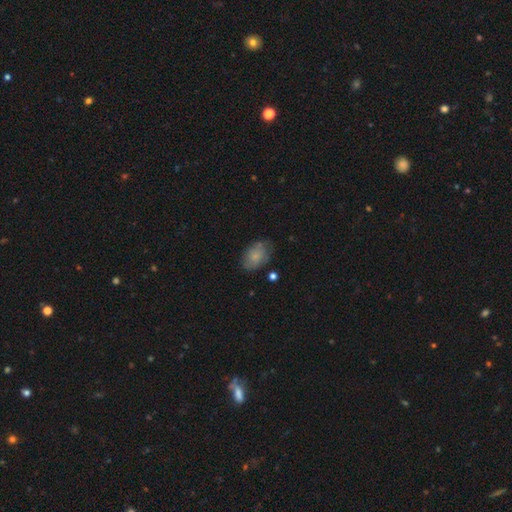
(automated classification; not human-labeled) Morphology: type=smooth (76%); roundness=in between (83%); merging=none (65%).